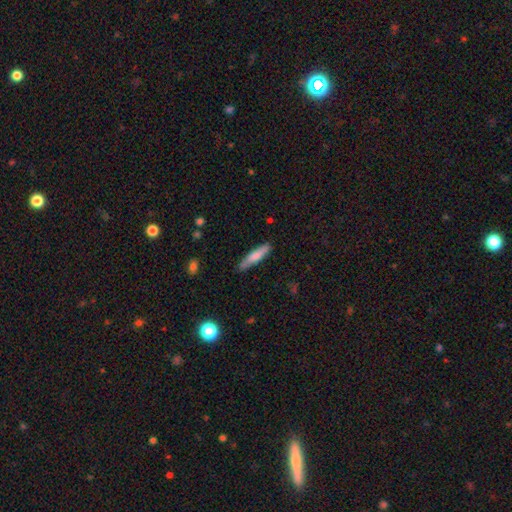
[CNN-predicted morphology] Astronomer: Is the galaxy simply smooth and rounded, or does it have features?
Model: smooth — 71%.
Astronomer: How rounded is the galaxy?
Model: cigar-shaped — 84%.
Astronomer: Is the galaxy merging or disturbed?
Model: none — 80%.